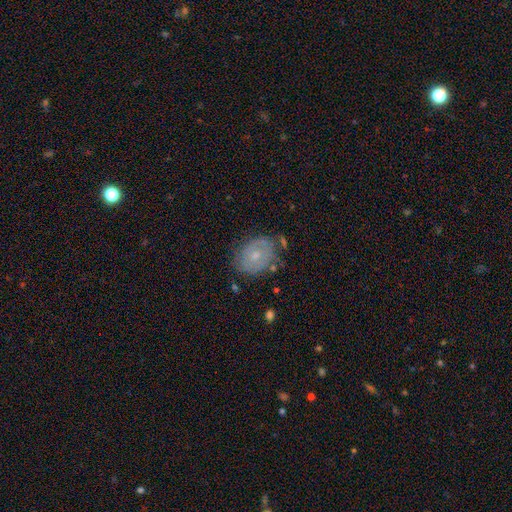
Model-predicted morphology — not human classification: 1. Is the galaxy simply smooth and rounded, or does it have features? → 61% featured or disk, 31% smooth, 8% star or artifact.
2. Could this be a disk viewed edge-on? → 96% no, 4% yes.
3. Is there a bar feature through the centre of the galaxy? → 76% no, 21% weak, 3% strong.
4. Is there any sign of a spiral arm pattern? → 73% yes, 27% no.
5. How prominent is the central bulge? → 54% small, 41% moderate, 2% none, 2% large, 1% dominant.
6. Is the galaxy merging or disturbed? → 66% none, 23% minor disturbance, 8% major disturbance, 3% merger.